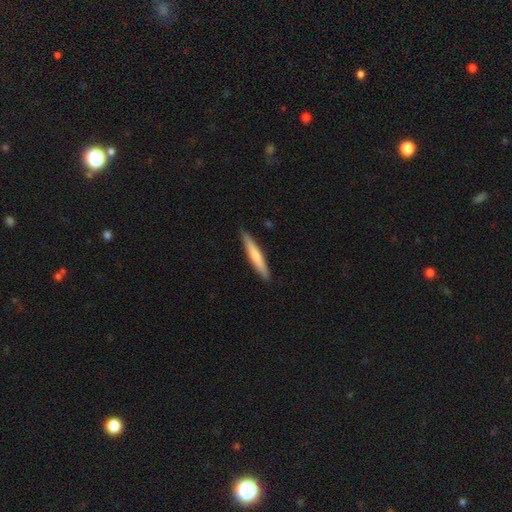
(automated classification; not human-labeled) This appears to be a smooth galaxy with no disk features (66%) that is cigar-shaped (94%). Merging: none (90%).